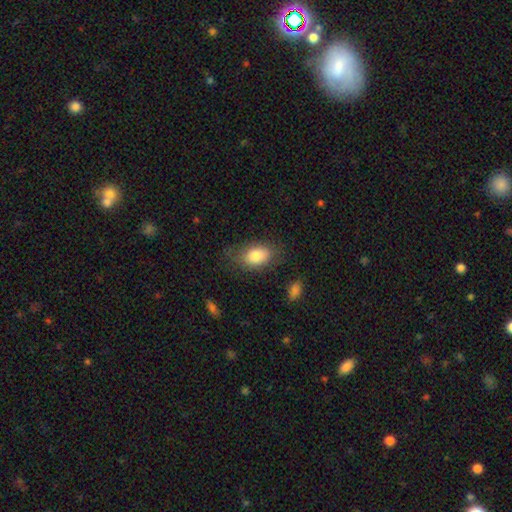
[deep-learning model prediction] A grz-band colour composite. It shows a smooth galaxy with no disk features (83%) that is in between round and cigar-shaped (87%). Merging: none (69%).